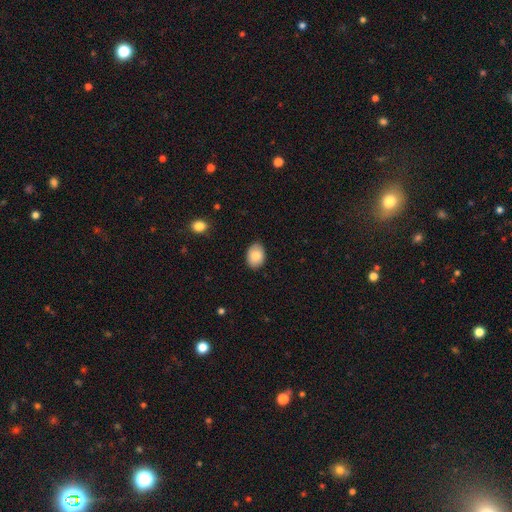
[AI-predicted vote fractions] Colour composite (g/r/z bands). It shows a smooth galaxy with no disk features (86%) that is in between round and cigar-shaped (78%). Merging: none (86%).